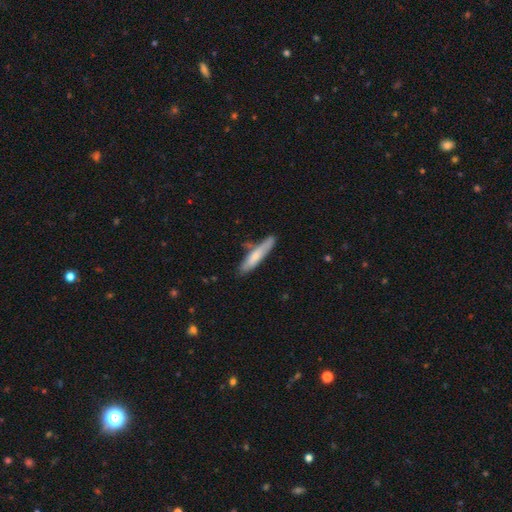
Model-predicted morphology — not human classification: A smooth galaxy with no disk features (69%) that is cigar-shaped (86%).

Vote fractions:
- Smooth or featured? smooth: 69% / featured or disk: 25% / star or artifact: 6%
- How rounded? cigar-shaped: 86% / in between: 13% / round: 1%
- Merging? none: 71% / minor disturbance: 20% / merger: 6% / major disturbance: 4%